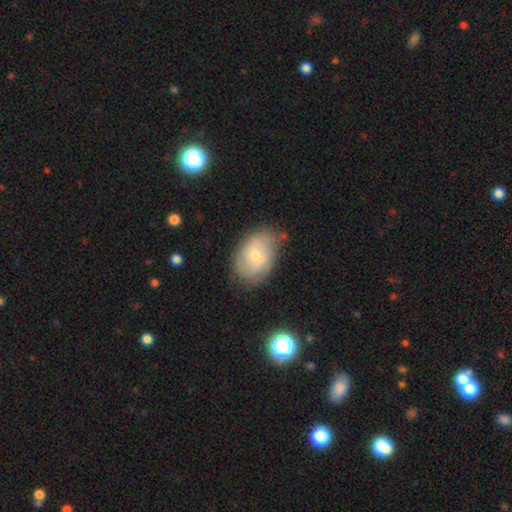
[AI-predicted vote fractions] Morphology: type=featured or disk (48%); merging=none (68%).